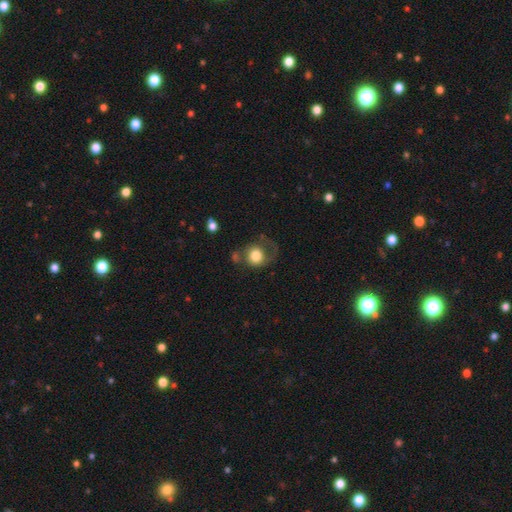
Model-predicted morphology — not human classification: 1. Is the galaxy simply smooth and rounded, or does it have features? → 72% smooth, 20% featured or disk, 8% star or artifact.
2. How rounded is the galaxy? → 73% round, 26% in between, 1% cigar-shaped.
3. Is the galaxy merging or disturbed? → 41% none, 29% major disturbance, 23% minor disturbance, 7% merger.